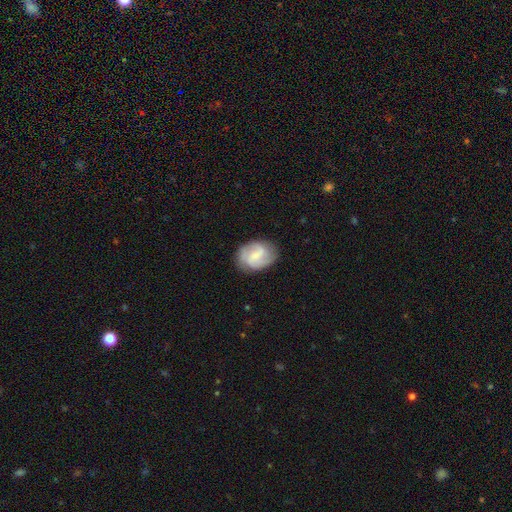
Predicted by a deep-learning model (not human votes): Q: Smooth or featured?
A: featured or disk (62%); runner-up: smooth (32%)
Q: Edge-on disk?
A: no (98%); runner-up: yes (2%)
Q: Bar?
A: weak (56%); runner-up: no (28%)
Q: Spiral arms?
A: yes (91%); runner-up: no (9%)
Q: Spiral winding?
A: medium (46%); runner-up: loose (28%)
Q: Spiral arm count?
A: 2 (68%); runner-up: can't tell (15%)
Q: Bulge size?
A: small (55%); runner-up: moderate (22%)
Q: Merging?
A: none (77%); runner-up: minor disturbance (16%)